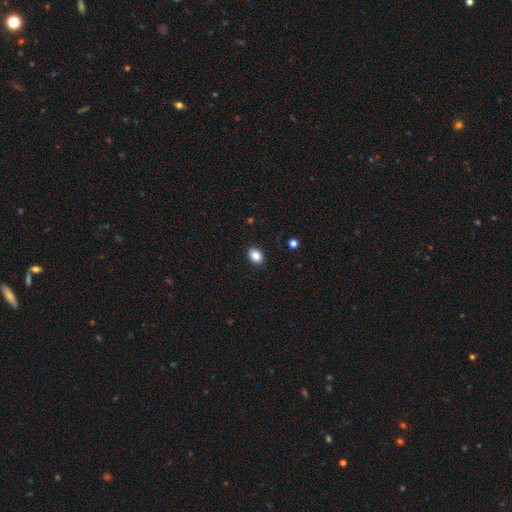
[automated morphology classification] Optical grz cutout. It shows a smooth galaxy with no disk features (86%) that is in between round and cigar-shaped (72%). Merging: none (89%).